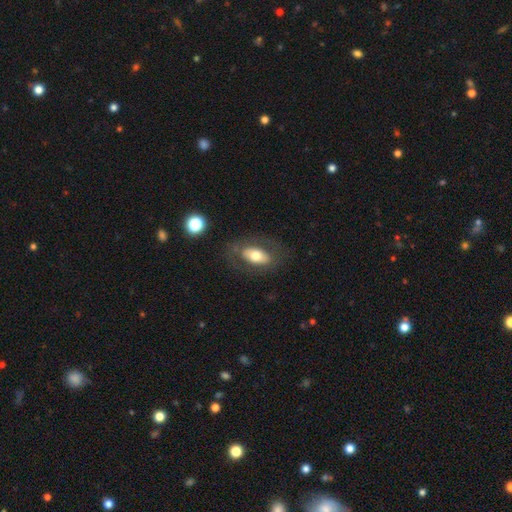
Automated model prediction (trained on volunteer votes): Overall: smooth (59%; featured or disk 35%). How rounded: in between (91%). Merging: none (75%).